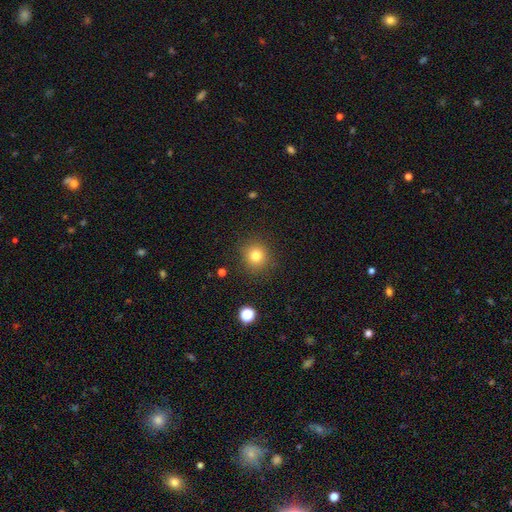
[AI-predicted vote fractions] Smooth or featured? Predicted: smooth (p=0.79). How rounded? Predicted: round (p=0.92). Merging? Predicted: none (p=0.89).